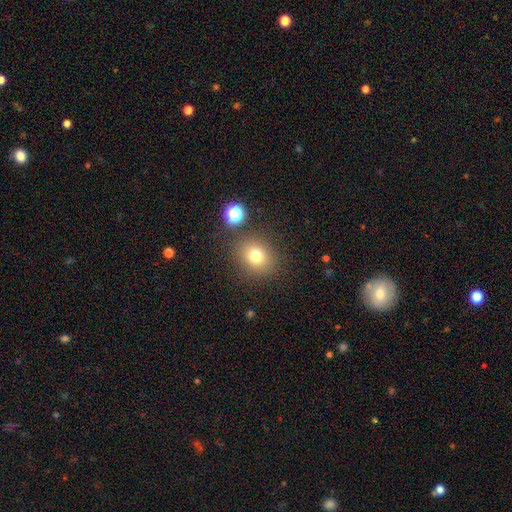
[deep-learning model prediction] Overall: smooth (76%). How rounded: round (73%). Merging: none (81%).